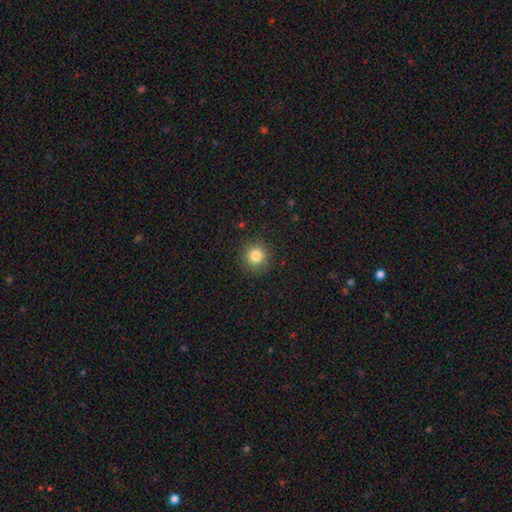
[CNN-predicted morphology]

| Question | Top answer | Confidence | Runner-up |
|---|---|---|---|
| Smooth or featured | smooth | 83% | star or artifact (11%) |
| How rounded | round | 93% | in between (6%) |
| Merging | none | 90% | minor disturbance (6%) |